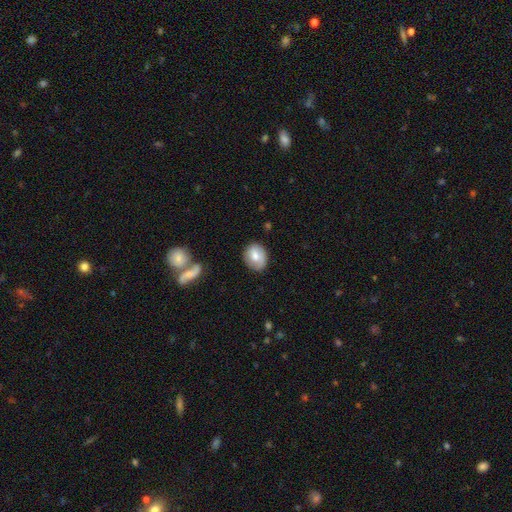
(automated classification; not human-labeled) The model was most divided on "how rounded": in between: 53%, round: 46%, cigar-shaped: 1%. More confident: merging — none (74%); smooth or featured — smooth (70%).